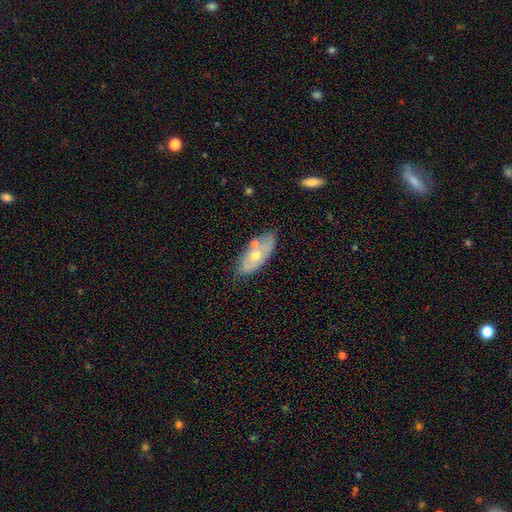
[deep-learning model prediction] This appears to be a smooth galaxy with no disk features (50%). Merging: none (65%).